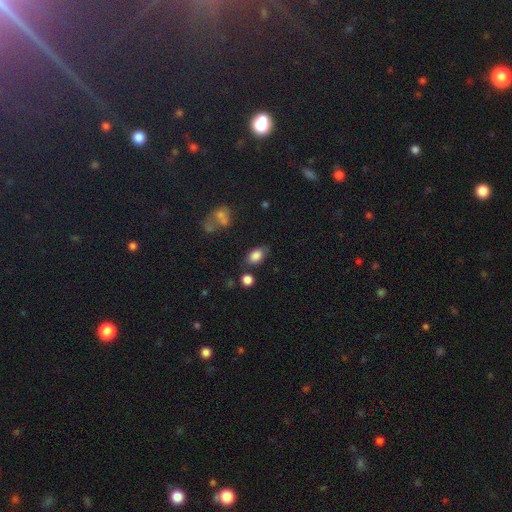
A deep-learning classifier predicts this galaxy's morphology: smooth 84%, star or artifact 9%, featured or disk 8%. Down the decision tree: how rounded — in between (86%); merging — none (70%).